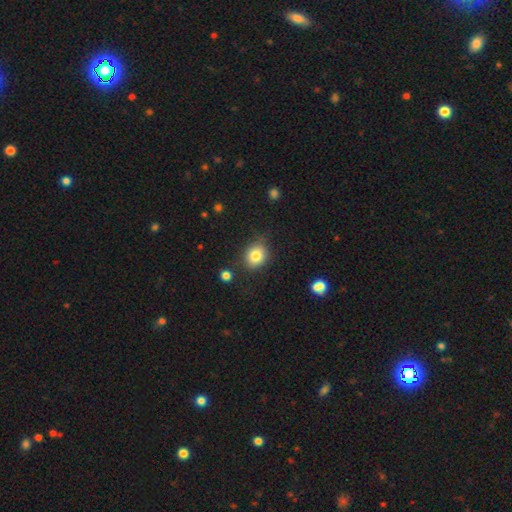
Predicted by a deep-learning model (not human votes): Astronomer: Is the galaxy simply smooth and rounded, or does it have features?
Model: smooth — 82%.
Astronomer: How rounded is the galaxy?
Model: round — 64%.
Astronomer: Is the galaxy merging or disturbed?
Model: none — 77%.